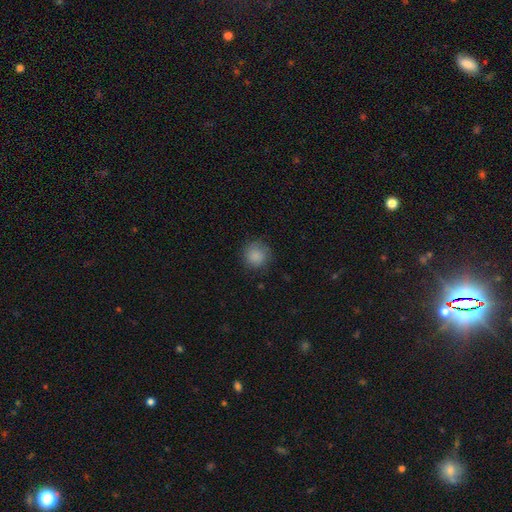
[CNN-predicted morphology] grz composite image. It shows a smooth galaxy with no disk features (86%) that is round (92%). Merging: none (82%).